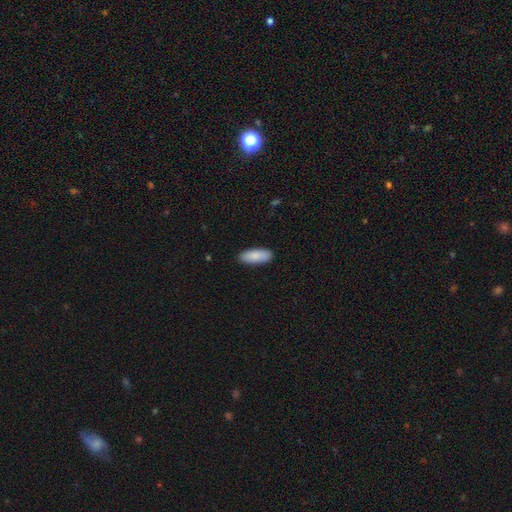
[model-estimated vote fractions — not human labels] Q: Smooth or featured?
A: smooth (89%); runner-up: featured or disk (6%)
Q: How rounded?
A: in between (76%); runner-up: cigar-shaped (23%)
Q: Merging?
A: none (89%); runner-up: minor disturbance (9%)